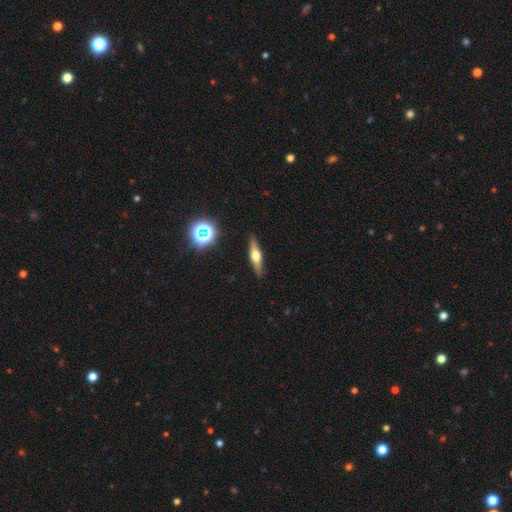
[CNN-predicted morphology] This is possibly a featured or disk galaxy (56%). It is clearly viewed edge-on (93%). Edge-on bulge: clearly rounded (92%). Merging: clearly none (89%).